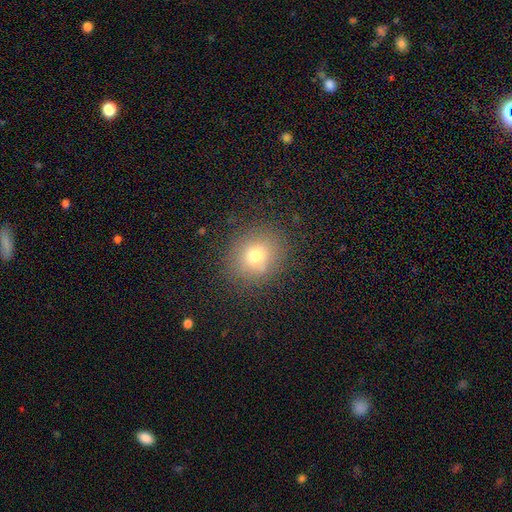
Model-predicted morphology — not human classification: Smooth or featured? Predicted: smooth (p=0.72). How rounded? Predicted: round (p=0.73). Merging? Predicted: none (p=0.83).